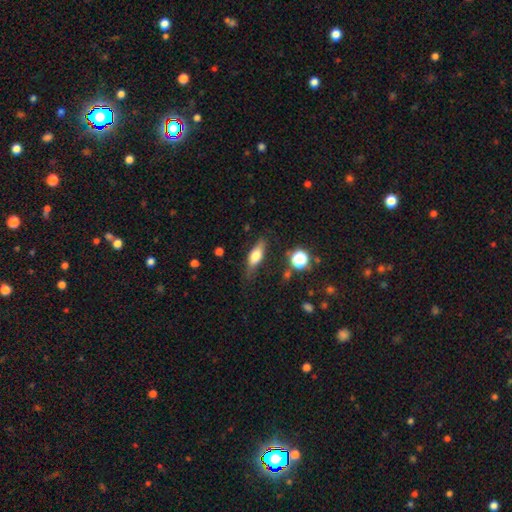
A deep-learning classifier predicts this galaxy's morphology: A smooth galaxy with no disk features (62%) that is in between round and cigar-shaped (61%).

Vote fractions:
- Smooth or featured? smooth: 62% / featured or disk: 30% / star or artifact: 9%
- How rounded? in between: 61% / cigar-shaped: 34% / round: 5%
- Merging? none: 75% / minor disturbance: 18% / major disturbance: 5% / merger: 2%